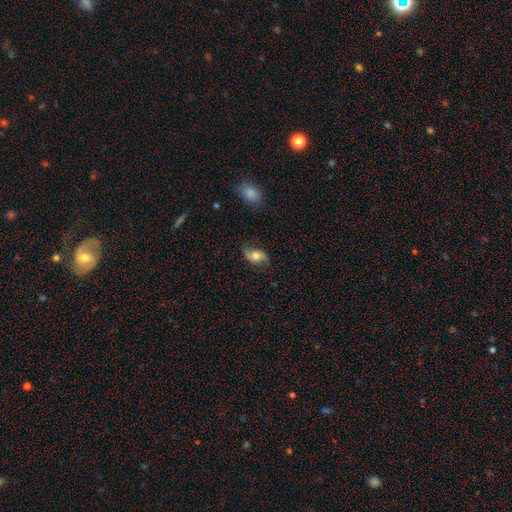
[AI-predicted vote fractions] A featured or disk galaxy (47%).

Vote fractions:
- Smooth or featured? featured or disk: 47% / smooth: 44% / star or artifact: 9%
- Merging? none: 72% / minor disturbance: 19% / major disturbance: 7% / merger: 2%